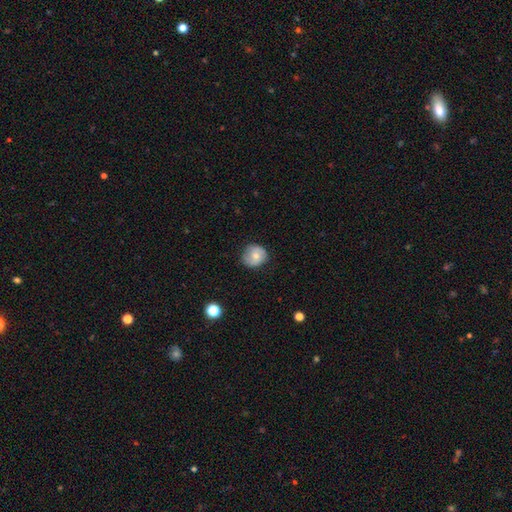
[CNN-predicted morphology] Overall: smooth (62%; featured or disk 30%). How rounded: round (79%). Merging: none (74%).